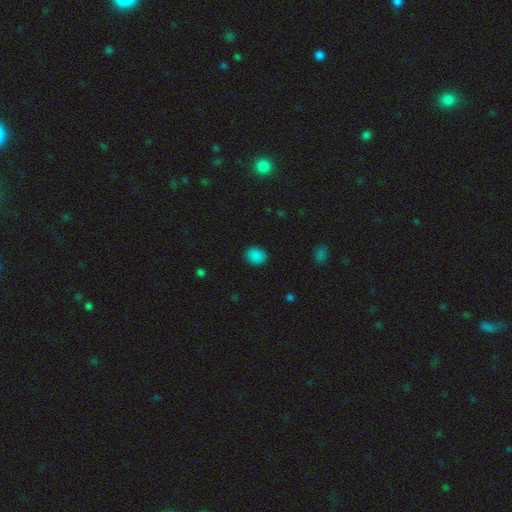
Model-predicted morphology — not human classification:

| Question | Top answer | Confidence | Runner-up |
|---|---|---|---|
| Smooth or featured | smooth | 86% | star or artifact (11%) |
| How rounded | in between | 50% | round (49%) |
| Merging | none | 88% | minor disturbance (9%) |